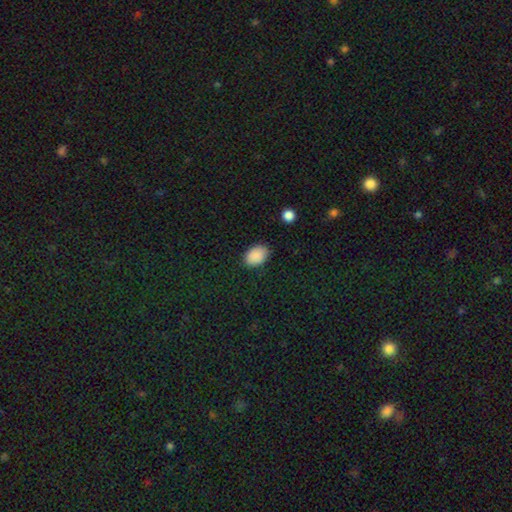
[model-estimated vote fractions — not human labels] Smooth or featured? smooth (89%)
How rounded? in between (83%)
Merging? none (85%)